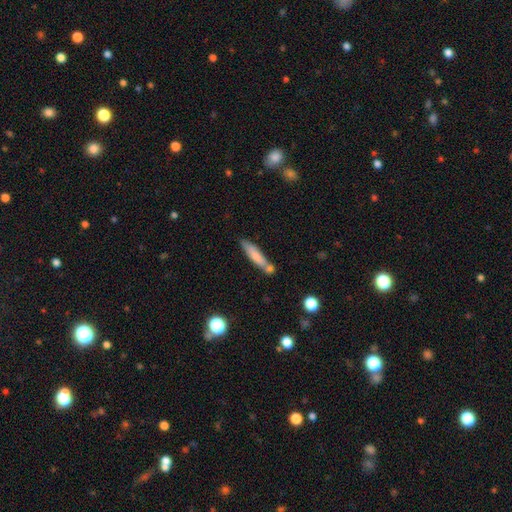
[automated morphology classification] This appears to be a smooth galaxy with no disk features (71%) that is cigar-shaped (83%). Merging: none (58%).